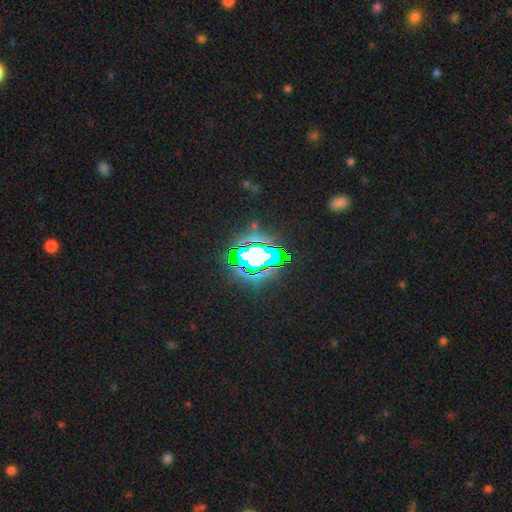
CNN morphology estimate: This appears to be a star or artifact, not a galaxy (65%).